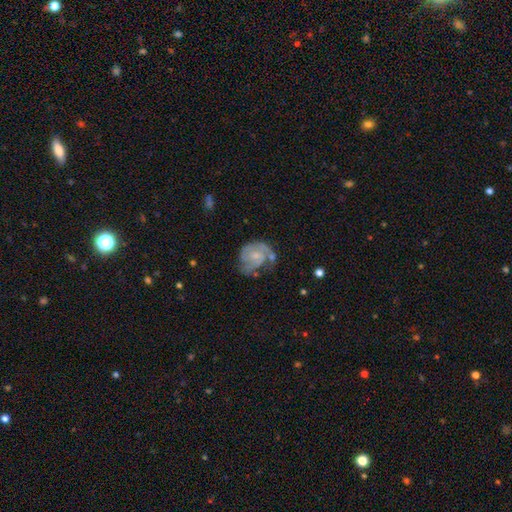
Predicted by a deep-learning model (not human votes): Smooth or featured: featured or disk — 77% (smooth — 16%)
Edge-on disk: no — 98% (yes — 2%)
Bar: no — 69% (weak — 27%)
Spiral arms: yes — 90% (no — 10%)
Spiral winding: tight — 46% (medium — 41%)
Spiral arm count: 2 — 46% (can't tell — 21%)
Bulge size: small — 60% (moderate — 26%)
Merging: none — 44% (minor disturbance — 27%)